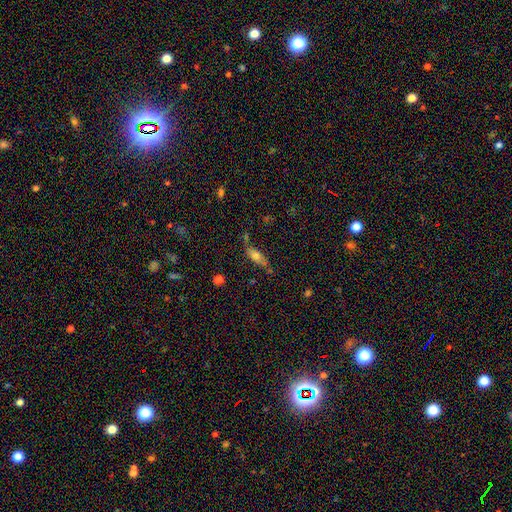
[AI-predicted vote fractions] Smooth or featured? smooth (66%)
How rounded? in between (66%)
Merging? none (59%)